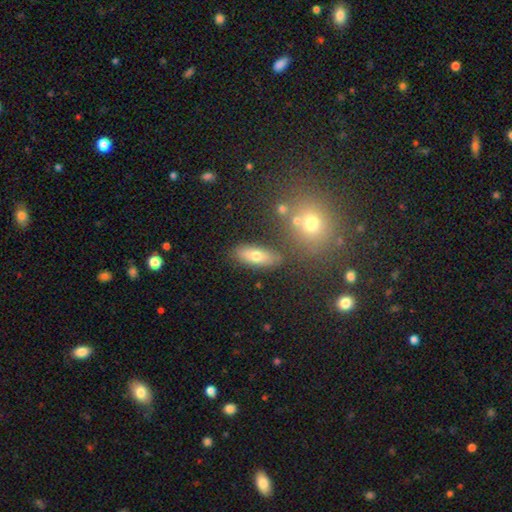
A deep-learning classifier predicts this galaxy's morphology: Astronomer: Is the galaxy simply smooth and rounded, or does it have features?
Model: smooth — 68%.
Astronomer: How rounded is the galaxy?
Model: in between — 67%.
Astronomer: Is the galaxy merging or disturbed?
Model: none — 78%.